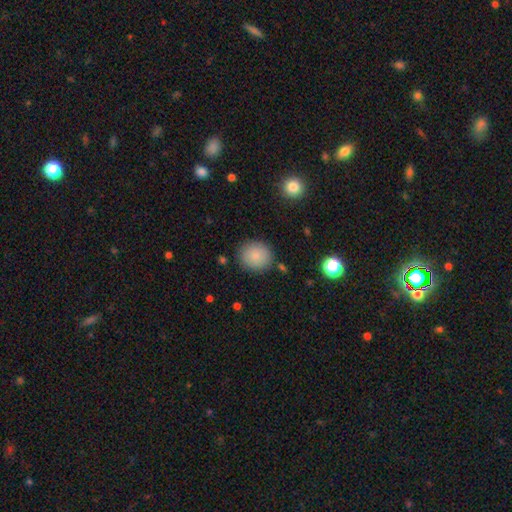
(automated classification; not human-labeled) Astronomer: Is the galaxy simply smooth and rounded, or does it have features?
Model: smooth — 84%.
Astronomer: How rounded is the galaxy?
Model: round — 86%.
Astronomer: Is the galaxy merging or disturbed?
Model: none — 86%.